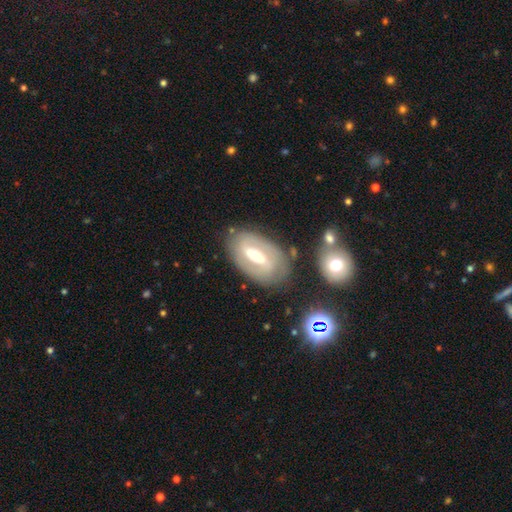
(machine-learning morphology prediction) Smooth or featured?
  - featured or disk: 74% *
  - smooth: 20%
  - star or artifact: 6%
Edge-on disk?
  - no: 90% *
  - yes: 10%
Bar?
  - strong: 58% *
  - weak: 31%
  - no: 11%
Spiral arms?
  - yes: 65% *
  - no: 35%
Bulge size?
  - moderate: 64% *
  - small: 28%
  - large: 6%
  - dominant: 1%
  - none: 1%
Merging?
  - none: 76% *
  - minor disturbance: 15%
  - major disturbance: 6%
  - merger: 4%